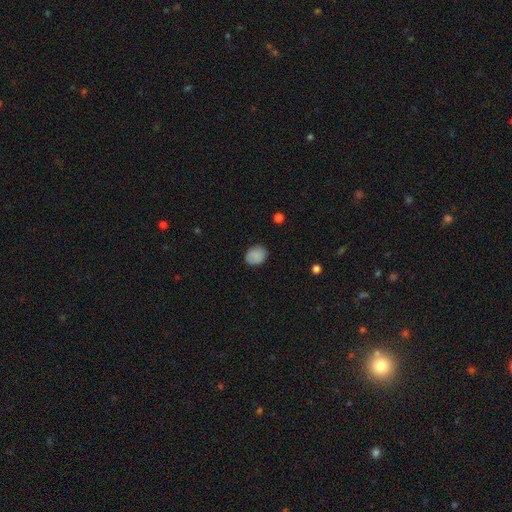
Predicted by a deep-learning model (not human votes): This appears to be a smooth galaxy with no disk features (86%) that is round (54%). Merging: none (84%).